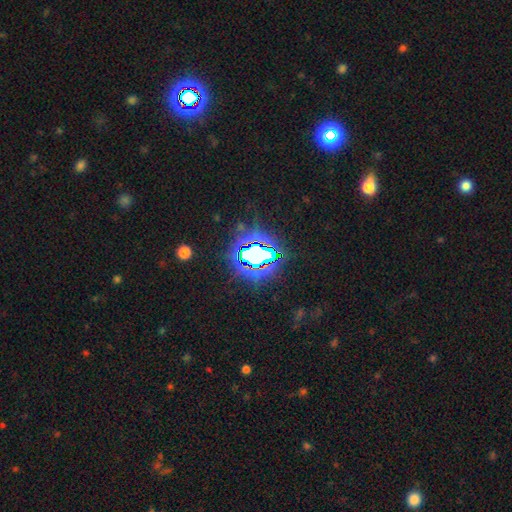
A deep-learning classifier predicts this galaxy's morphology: A star or artifact, not a galaxy (71%).